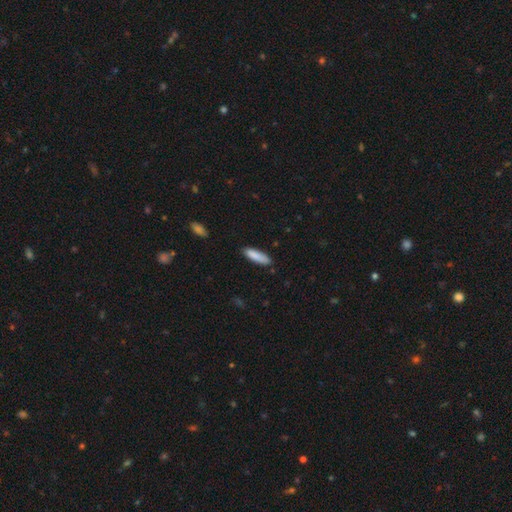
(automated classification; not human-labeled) Smooth or featured?
  - smooth: 87% *
  - featured or disk: 7%
  - star or artifact: 6%
How rounded?
  - cigar-shaped: 63% *
  - in between: 35%
  - round: 1%
Merging?
  - none: 85% *
  - minor disturbance: 12%
  - major disturbance: 2%
  - merger: 1%